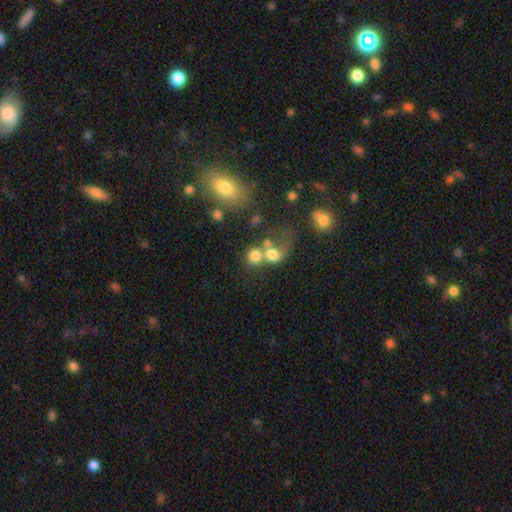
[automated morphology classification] Smooth or featured? smooth (72%)
How rounded? round (75%)
Merging? merger (55%)